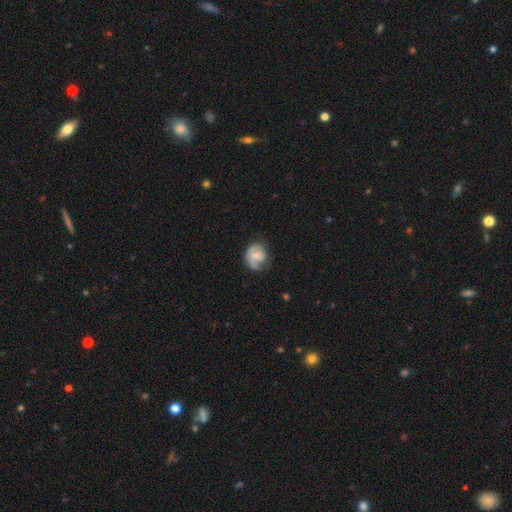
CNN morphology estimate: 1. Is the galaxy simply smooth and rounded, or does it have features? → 54% smooth, 38% featured or disk, 8% star or artifact.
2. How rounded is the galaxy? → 62% round, 37% in between, 1% cigar-shaped.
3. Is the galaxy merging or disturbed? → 48% none, 31% minor disturbance, 19% major disturbance, 3% merger.